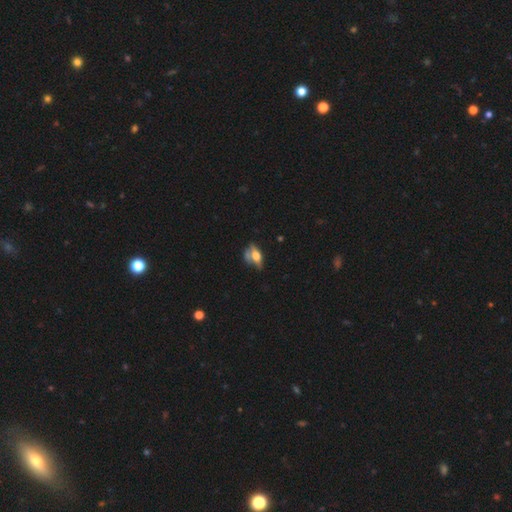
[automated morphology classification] smooth_or_featured: smooth (p=0.50) [alt: featured or disk p=0.39]
how_rounded: in between (p=0.73) [alt: cigar-shaped p=0.15]
merging: none (p=0.38) [alt: minor disturbance p=0.25]